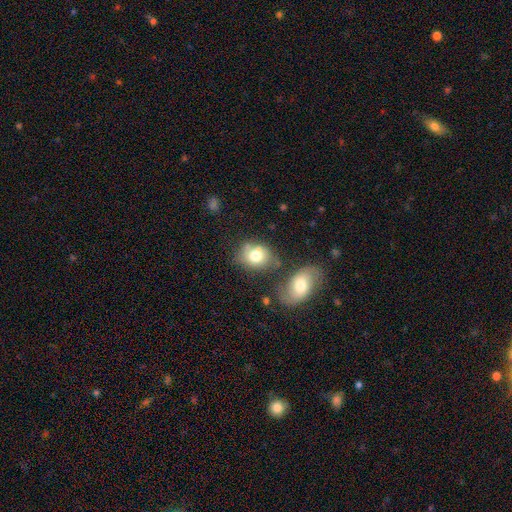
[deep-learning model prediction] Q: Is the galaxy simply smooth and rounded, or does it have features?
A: smooth — 72%.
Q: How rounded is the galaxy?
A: in between — 55%.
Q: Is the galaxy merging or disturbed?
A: none — 50%.